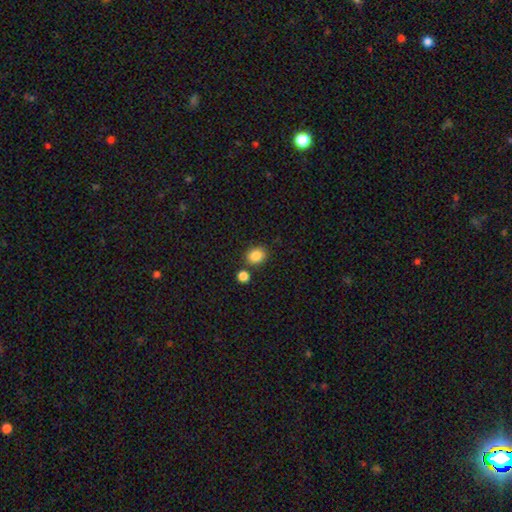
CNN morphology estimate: smooth_or_featured: smooth (p=0.86) [alt: star or artifact p=0.10]
how_rounded: round (p=0.63) [alt: in between p=0.36]
merging: none (p=0.78) [alt: merger p=0.10]